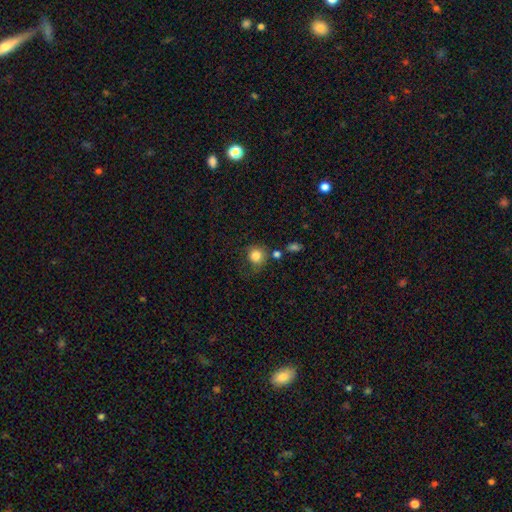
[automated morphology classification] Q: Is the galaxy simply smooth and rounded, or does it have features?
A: smooth — 82%.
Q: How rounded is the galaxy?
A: round — 87%.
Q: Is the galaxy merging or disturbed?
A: none — 60%.